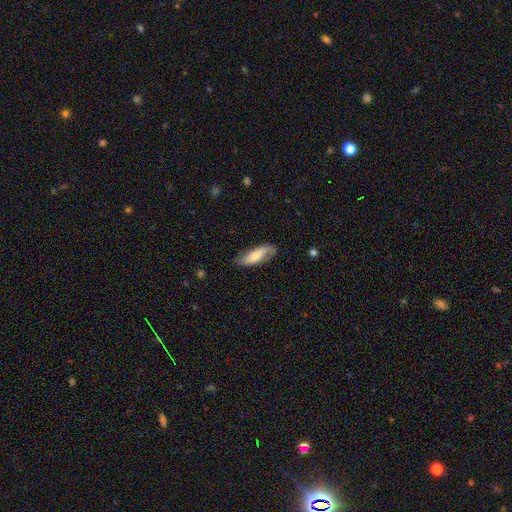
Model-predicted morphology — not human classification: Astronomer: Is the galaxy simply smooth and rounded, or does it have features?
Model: smooth — 54% (runner-up: featured or disk, 40%).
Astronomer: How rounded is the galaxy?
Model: in between — 61% (runner-up: cigar-shaped, 36%).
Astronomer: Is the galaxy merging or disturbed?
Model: none — 70%.